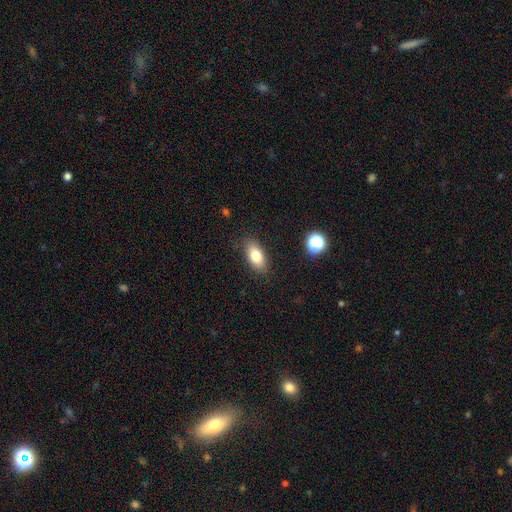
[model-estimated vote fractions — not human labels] Overall: smooth (80%). How rounded: in between (86%). Merging: none (85%).